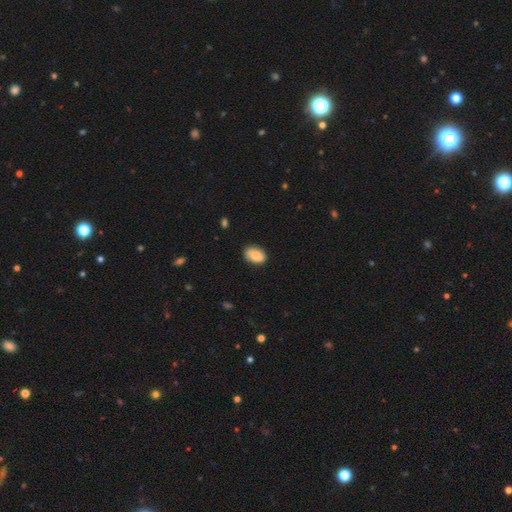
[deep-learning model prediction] Smooth or featured: smooth — 81% (featured or disk — 12%)
How rounded: in between — 85% (round — 14%)
Merging: none — 79% (minor disturbance — 17%)